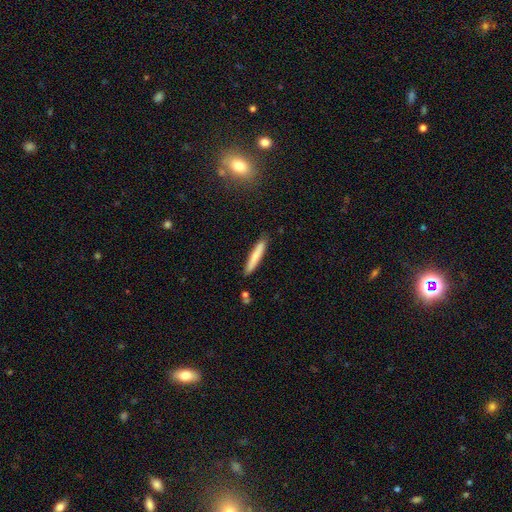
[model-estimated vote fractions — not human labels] Smooth or featured?
  - smooth: 75% *
  - featured or disk: 19%
  - star or artifact: 6%
How rounded?
  - cigar-shaped: 93% *
  - in between: 6%
  - round: 1%
Merging?
  - none: 86% *
  - minor disturbance: 10%
  - merger: 2%
  - major disturbance: 2%